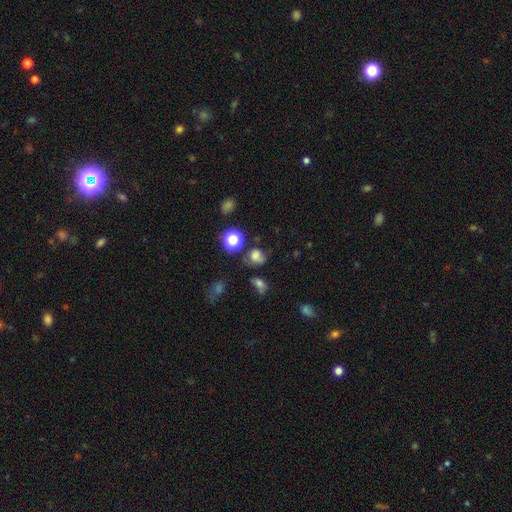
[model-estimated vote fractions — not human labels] A smooth galaxy with no disk features (64%) that is round (64%).

Vote fractions:
- Smooth or featured? smooth: 64% / star or artifact: 22% / featured or disk: 14%
- How rounded? round: 64% / in between: 35% / cigar-shaped: 1%
- Merging? none: 52% / minor disturbance: 23% / major disturbance: 16% / merger: 10%